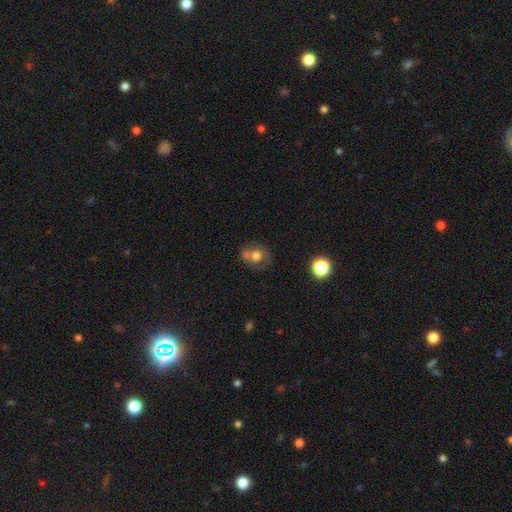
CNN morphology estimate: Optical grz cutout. It shows a smooth galaxy with no disk features (56%) that is round (65%). Merging: none (45%).